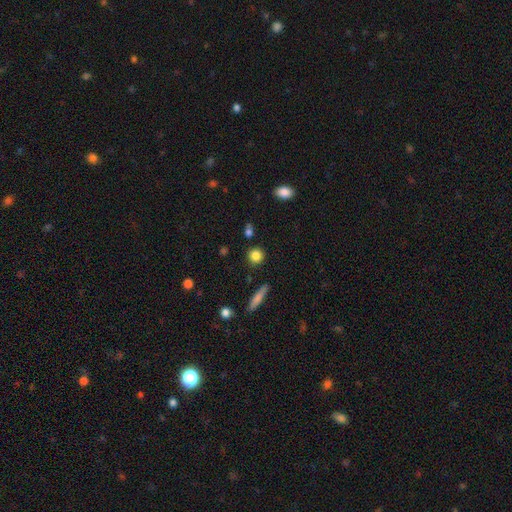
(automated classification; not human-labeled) Morphology: type=smooth (84%); roundness=round (88%); merging=none (86%).